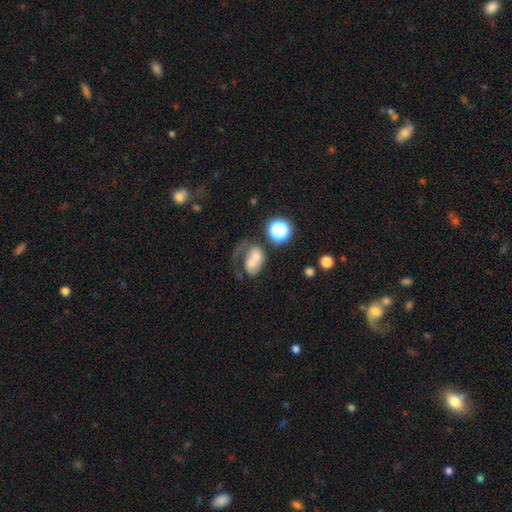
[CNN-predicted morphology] Smooth or featured? smooth (52%)
How rounded? in between (64%)
Merging? merger (46%)